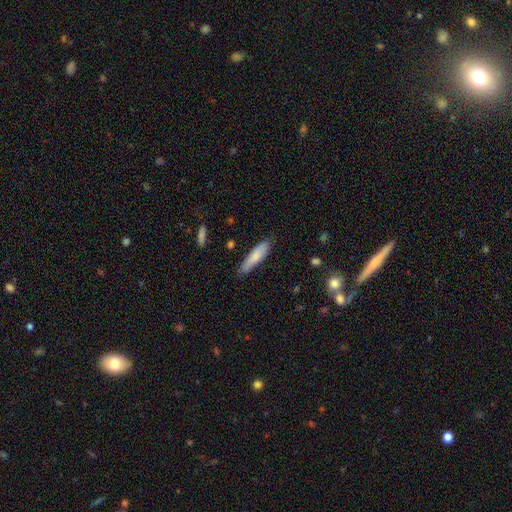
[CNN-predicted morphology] Smooth or featured? Predicted: smooth (p=0.77). How rounded? Predicted: cigar-shaped (p=0.70). Merging? Predicted: none (p=0.76).